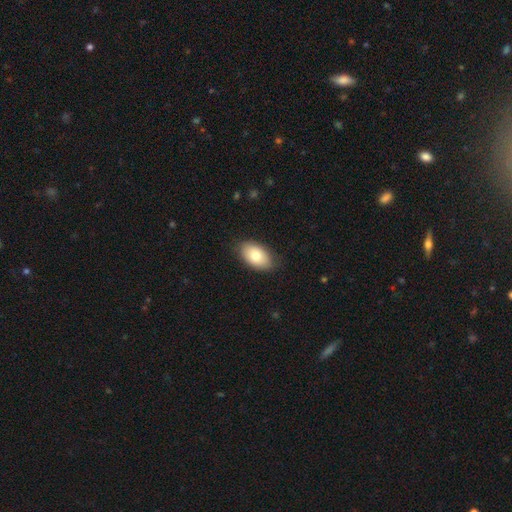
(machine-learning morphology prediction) Overall: smooth (81%). How rounded: in between (94%). Merging: none (83%).